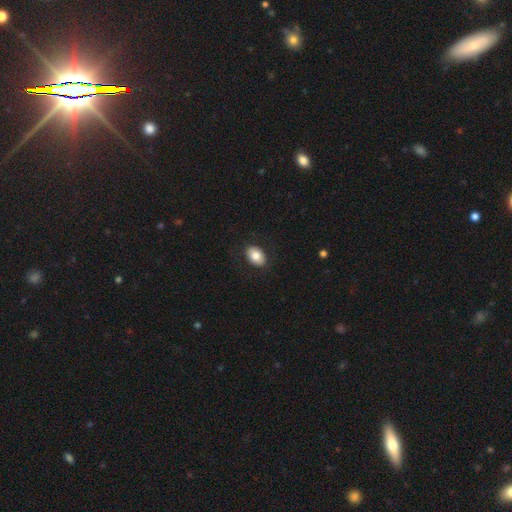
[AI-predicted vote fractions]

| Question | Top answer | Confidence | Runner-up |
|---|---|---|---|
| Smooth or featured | smooth | 80% | featured or disk (13%) |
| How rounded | in between | 80% | round (18%) |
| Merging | none | 87% | minor disturbance (9%) |